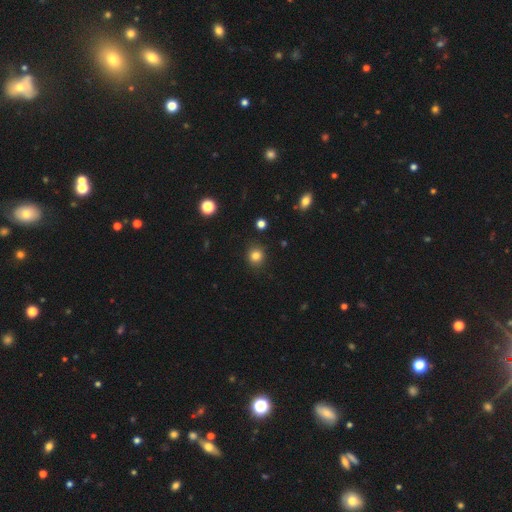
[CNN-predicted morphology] A smooth galaxy with no disk features (82%) that is round (87%). Merging: none (89%).